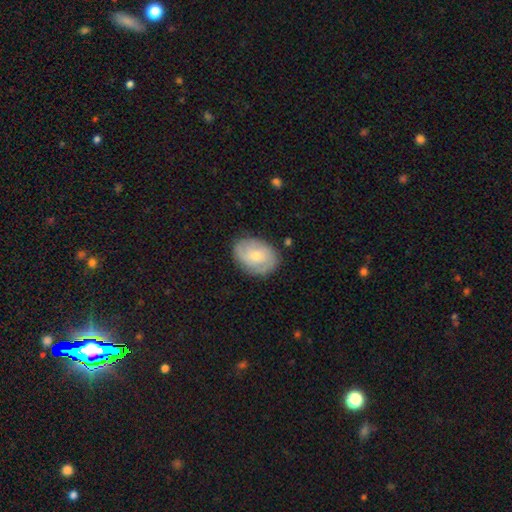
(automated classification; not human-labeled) The model was most divided on "smooth or featured": featured or disk: 47%, smooth: 46%, star or artifact: 7%. More confident: merging — none (81%).